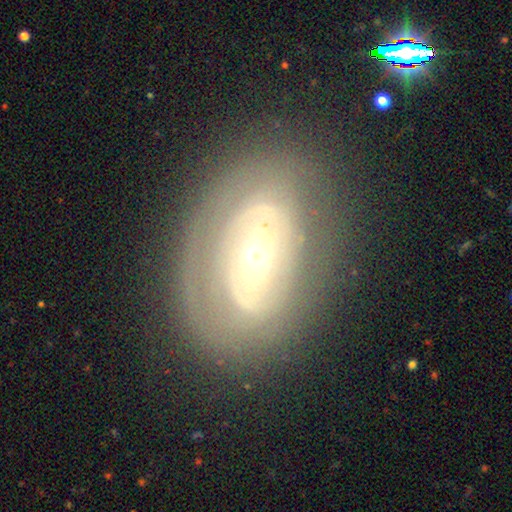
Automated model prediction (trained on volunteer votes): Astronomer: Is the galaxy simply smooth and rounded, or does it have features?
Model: featured or disk — 72%.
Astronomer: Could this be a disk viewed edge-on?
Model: no — 93%.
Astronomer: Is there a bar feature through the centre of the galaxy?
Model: no — 59%.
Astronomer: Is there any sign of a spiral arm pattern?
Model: yes — 54% (runner-up: no, 46%).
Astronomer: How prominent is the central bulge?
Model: moderate — 55% (runner-up: small, 37%).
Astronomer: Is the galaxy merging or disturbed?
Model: none — 72%.